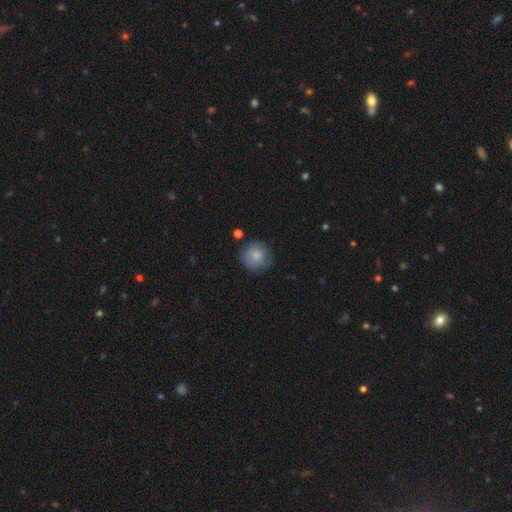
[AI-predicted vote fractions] The model was most divided on "merging": none: 77%, minor disturbance: 17%, major disturbance: 4%, merger: 2%. More confident: how rounded — round (92%); smooth or featured — smooth (81%).